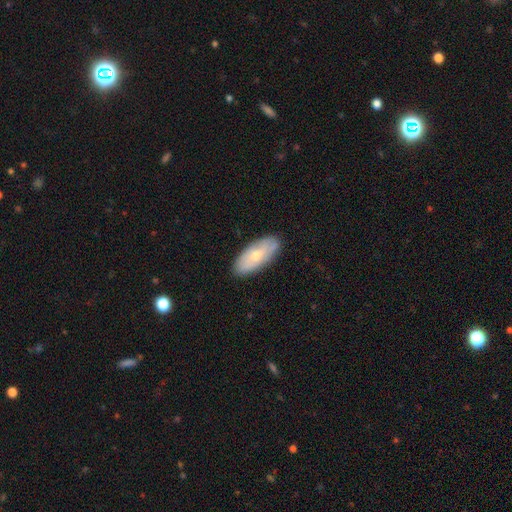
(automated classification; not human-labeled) Overall: smooth (59%; featured or disk 35%). How rounded: in between (85%). Merging: none (85%).